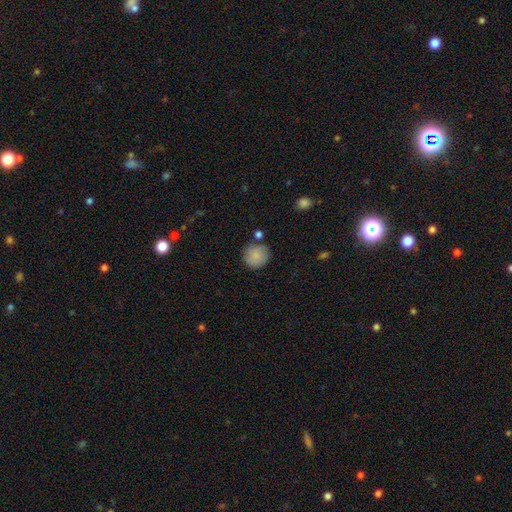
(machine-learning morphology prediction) Smooth or featured?
  - smooth: 86% *
  - star or artifact: 8%
  - featured or disk: 6%
How rounded?
  - round: 91% *
  - in between: 8%
  - cigar-shaped: 1%
Merging?
  - none: 78% *
  - minor disturbance: 12%
  - merger: 7%
  - major disturbance: 3%